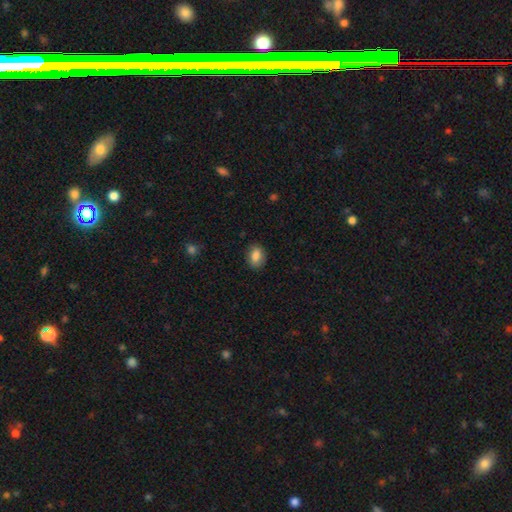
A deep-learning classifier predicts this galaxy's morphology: This appears to be a smooth galaxy with no disk features (84%) that is in between round and cigar-shaped (70%). Merging: none (83%).